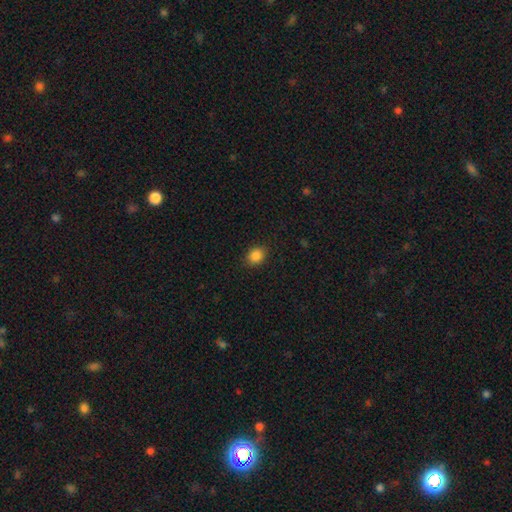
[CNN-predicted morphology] smooth_or_featured: smooth (p=0.86) [alt: star or artifact p=0.10]
how_rounded: round (p=0.56) [alt: in between p=0.43]
merging: none (p=0.89) [alt: minor disturbance p=0.08]